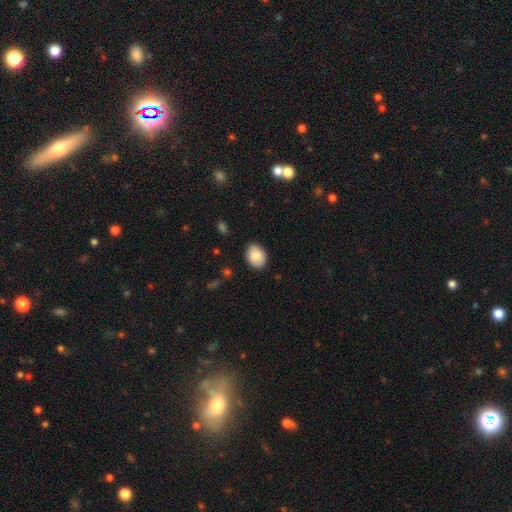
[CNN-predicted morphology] smooth 79%, featured or disk 14%, star or artifact 7%. Down the decision tree: how rounded — in between (72%); merging — none (87%).